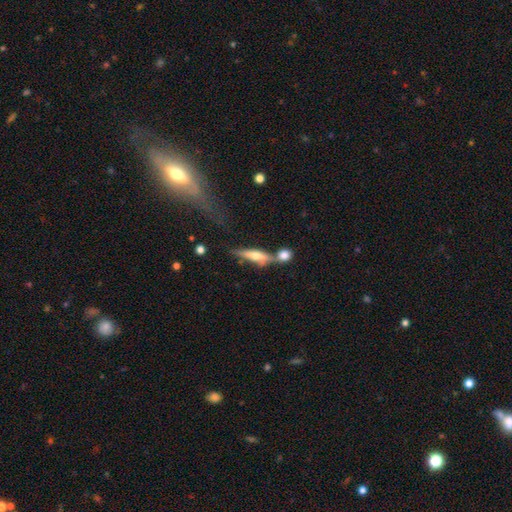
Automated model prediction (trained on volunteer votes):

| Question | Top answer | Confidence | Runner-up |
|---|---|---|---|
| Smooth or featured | featured or disk | 56% | smooth (36%) |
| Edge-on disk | yes | 88% | no (12%) |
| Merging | none | 47% | merger (30%) |